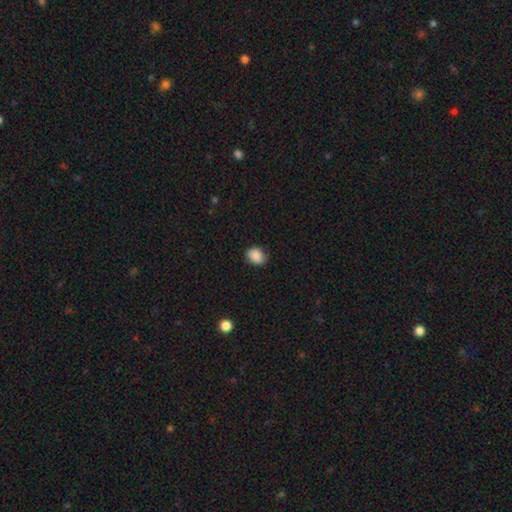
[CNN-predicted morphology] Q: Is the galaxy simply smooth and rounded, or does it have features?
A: smooth — 88%.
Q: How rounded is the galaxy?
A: in between — 50%.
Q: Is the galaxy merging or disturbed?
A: none — 77%.